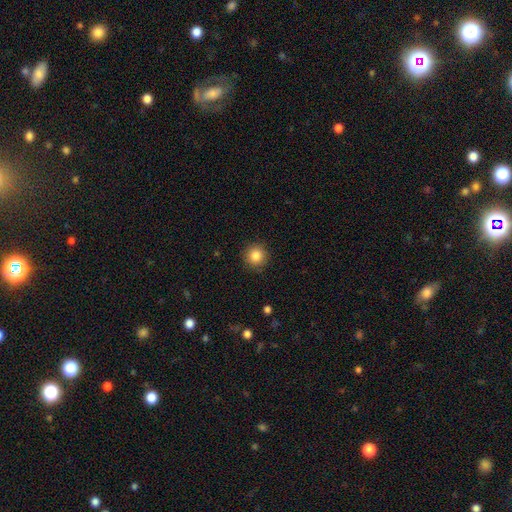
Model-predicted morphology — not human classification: This appears to be a smooth galaxy with no disk features (85%) that is round (94%). Merging: none (90%).